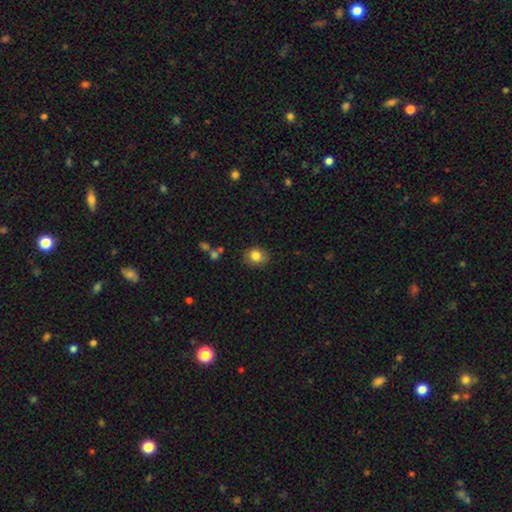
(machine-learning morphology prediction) The model was most divided on "how rounded": round: 64%, in between: 35%, cigar-shaped: 1%. More confident: smooth or featured — smooth (83%); merging — none (82%).